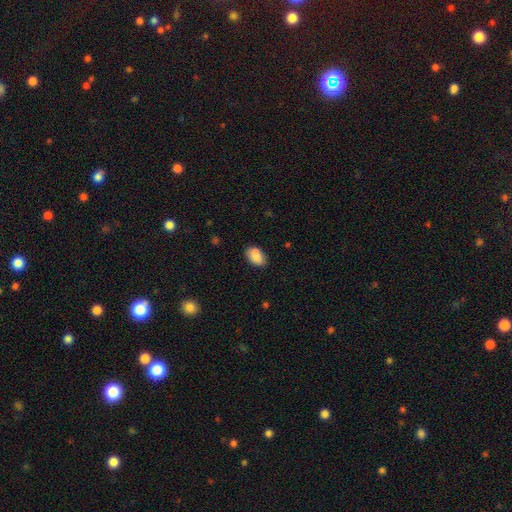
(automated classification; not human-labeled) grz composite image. It shows a smooth galaxy with no disk features (87%) that is in between round and cigar-shaped (89%). Merging: none (77%).